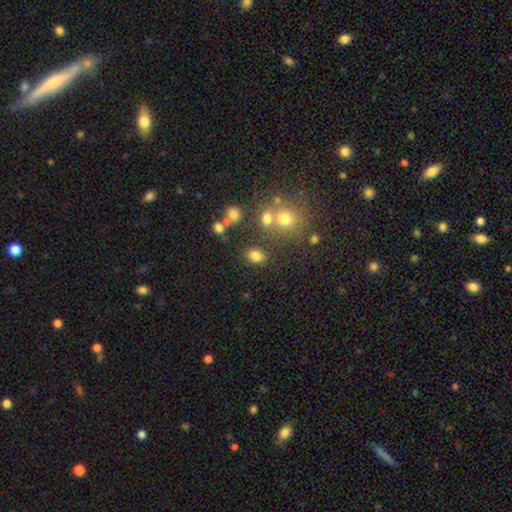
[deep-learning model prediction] smooth-or-featured: smooth: 79% | star or artifact: 13% | featured or disk: 7%
  how-rounded: in between: 76% | round: 23% | cigar-shaped: 1%
  merging: none: 76% | minor disturbance: 11% | merger: 9% | major disturbance: 4%